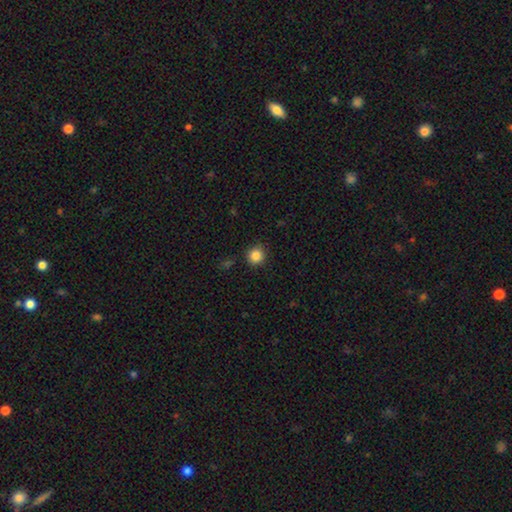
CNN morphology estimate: Overall: smooth (85%). How rounded: round (92%). Merging: none (89%).